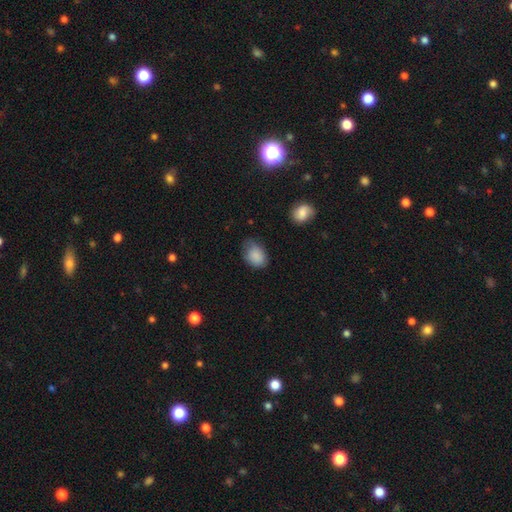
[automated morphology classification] This appears to be a smooth galaxy with no disk features (86%) that is in between round and cigar-shaped (76%). Merging: none (57%).